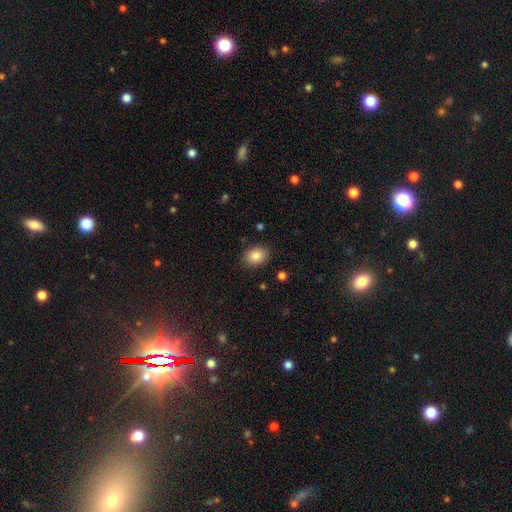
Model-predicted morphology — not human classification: Smooth or featured?
  - smooth: 86% *
  - star or artifact: 8%
  - featured or disk: 6%
How rounded?
  - in between: 72% *
  - round: 27%
  - cigar-shaped: 1%
Merging?
  - none: 85% *
  - minor disturbance: 11%
  - major disturbance: 3%
  - merger: 1%